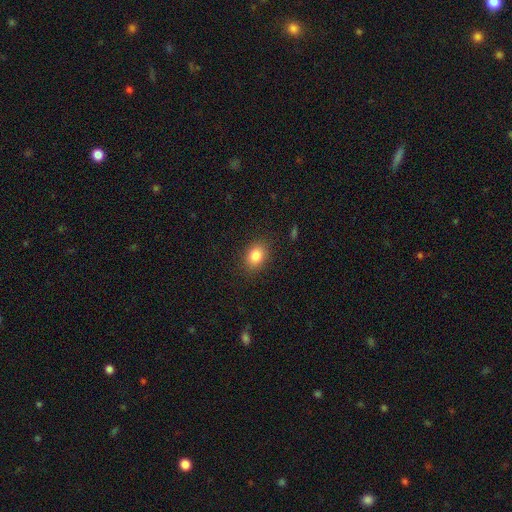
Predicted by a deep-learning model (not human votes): Q: Smooth or featured?
A: smooth (84%); runner-up: star or artifact (10%)
Q: How rounded?
A: in between (62%); runner-up: round (37%)
Q: Merging?
A: none (86%); runner-up: minor disturbance (10%)